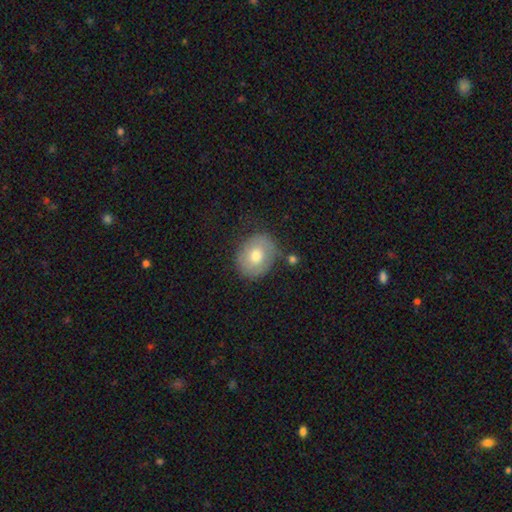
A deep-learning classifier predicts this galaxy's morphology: A smooth galaxy with no disk features (67%) that is round (55%).

Vote fractions:
- Smooth or featured? smooth: 67% / featured or disk: 25% / star or artifact: 8%
- How rounded? round: 55% / in between: 44% / cigar-shaped: 1%
- Merging? none: 74% / minor disturbance: 17% / major disturbance: 5% / merger: 4%